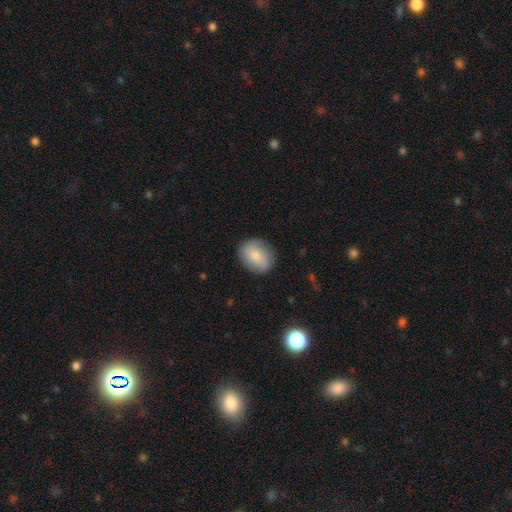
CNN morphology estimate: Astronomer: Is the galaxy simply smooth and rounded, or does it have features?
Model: smooth — 72%.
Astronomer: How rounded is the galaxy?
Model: round — 56% (runner-up: in between, 43%).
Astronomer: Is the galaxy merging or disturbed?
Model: none — 82%.